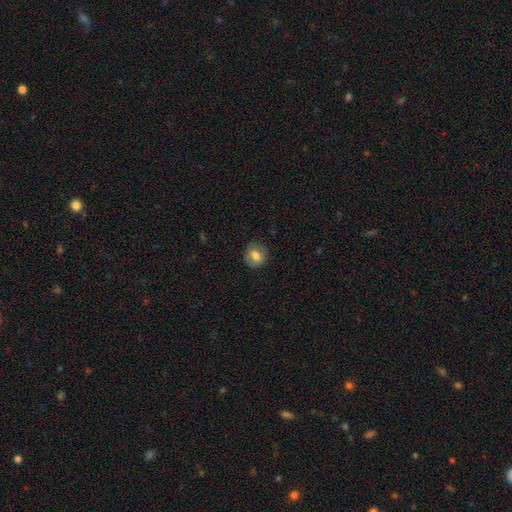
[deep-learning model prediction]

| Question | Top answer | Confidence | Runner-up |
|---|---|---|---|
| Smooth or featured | smooth | 75% | featured or disk (16%) |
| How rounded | round | 76% | in between (23%) |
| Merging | none | 85% | minor disturbance (11%) |